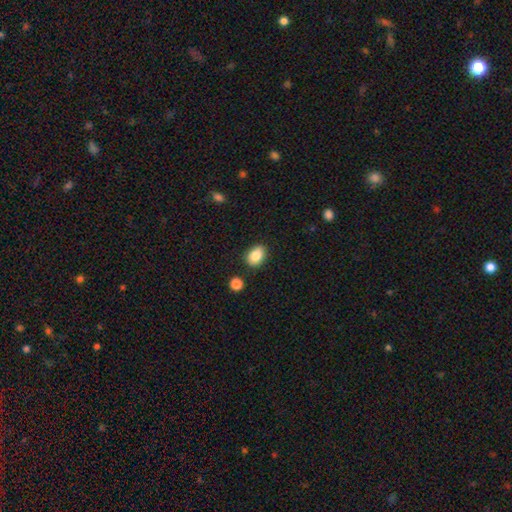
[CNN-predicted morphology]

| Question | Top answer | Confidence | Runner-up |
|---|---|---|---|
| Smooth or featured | smooth | 86% | star or artifact (9%) |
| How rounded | in between | 74% | round (24%) |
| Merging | none | 83% | minor disturbance (11%) |